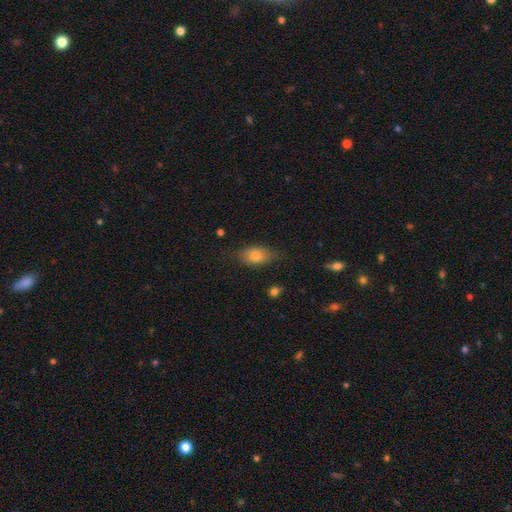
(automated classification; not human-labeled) Morphology: type=smooth (74%); roundness=in between (82%); merging=none (76%).